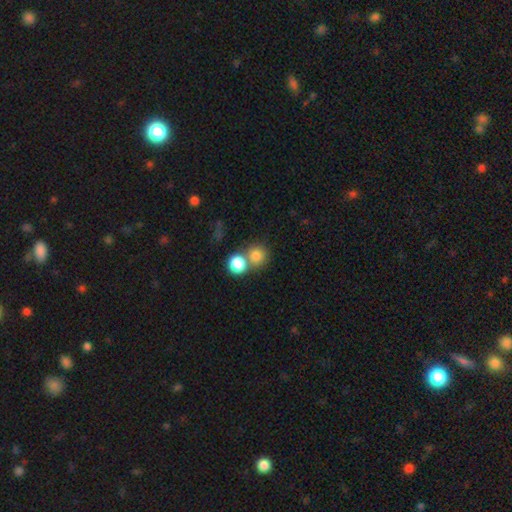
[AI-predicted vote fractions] smooth 80%, star or artifact 11%, featured or disk 8%. Down the decision tree: how rounded — round (88%); merging — none (47%).